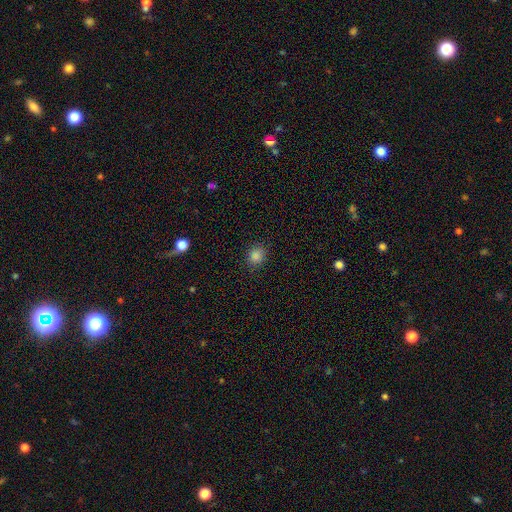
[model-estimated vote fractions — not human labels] Overall: smooth (84%). How rounded: round (75%). Merging: none (88%).